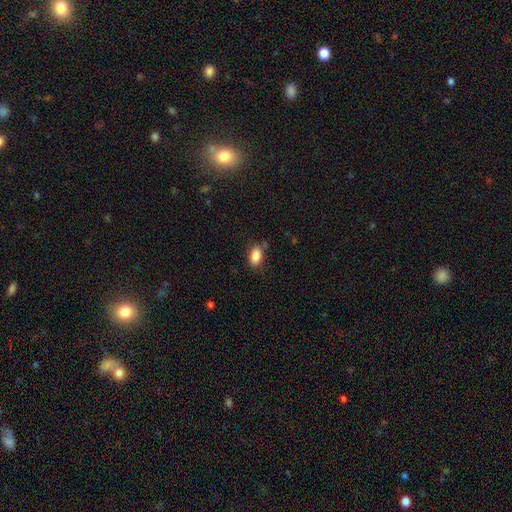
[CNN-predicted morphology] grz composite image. It shows a smooth galaxy with no disk features (87%) that is in between round and cigar-shaped (91%). Merging: none (77%).